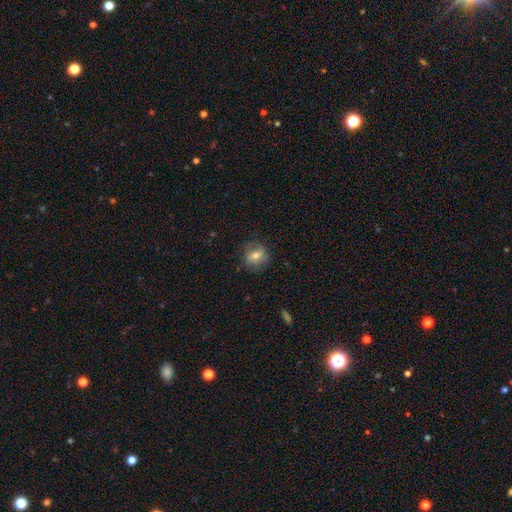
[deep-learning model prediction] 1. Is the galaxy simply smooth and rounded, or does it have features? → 57% smooth, 33% featured or disk, 10% star or artifact.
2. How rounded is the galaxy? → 66% round, 32% in between, 2% cigar-shaped.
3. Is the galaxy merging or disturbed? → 74% none, 18% minor disturbance, 7% major disturbance, 2% merger.